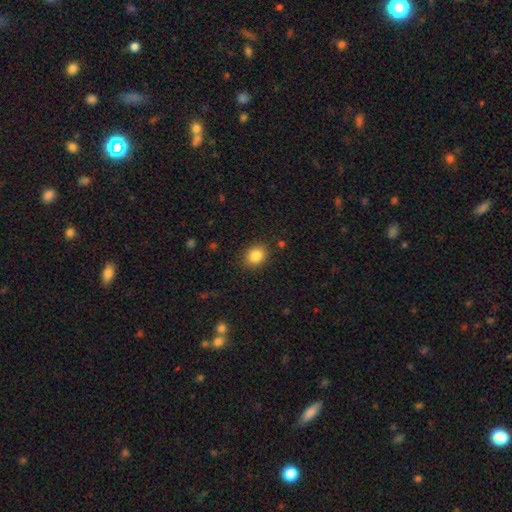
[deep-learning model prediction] A smooth galaxy with no disk features (85%) that is round (61%). Merging: none (87%).